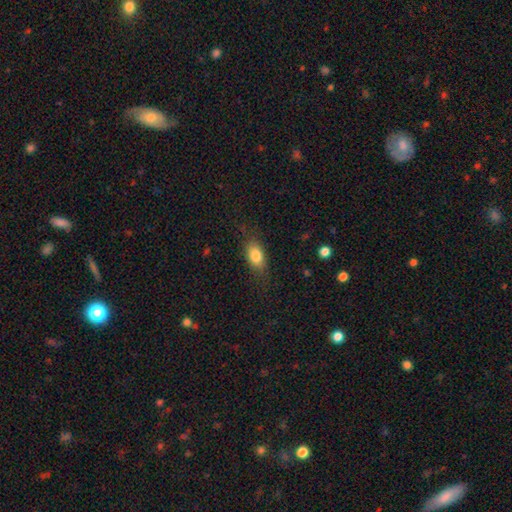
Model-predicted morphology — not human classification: Smooth or featured: smooth — 81% (featured or disk — 11%)
How rounded: in between — 84% (round — 9%)
Merging: none — 77% (minor disturbance — 16%)